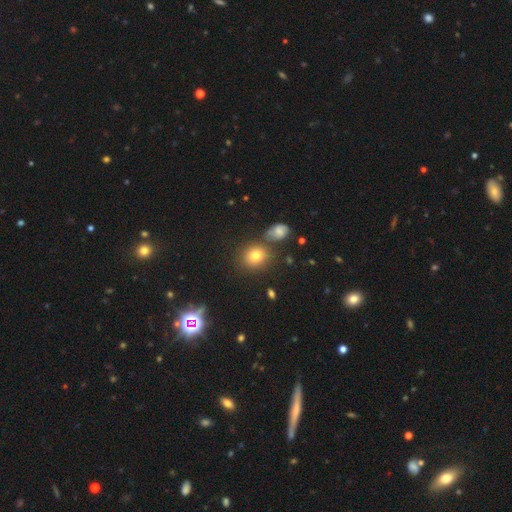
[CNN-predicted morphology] Q: Smooth or featured?
A: smooth (77%); runner-up: star or artifact (14%)
Q: How rounded?
A: round (73%); runner-up: in between (25%)
Q: Merging?
A: none (74%); runner-up: minor disturbance (11%)